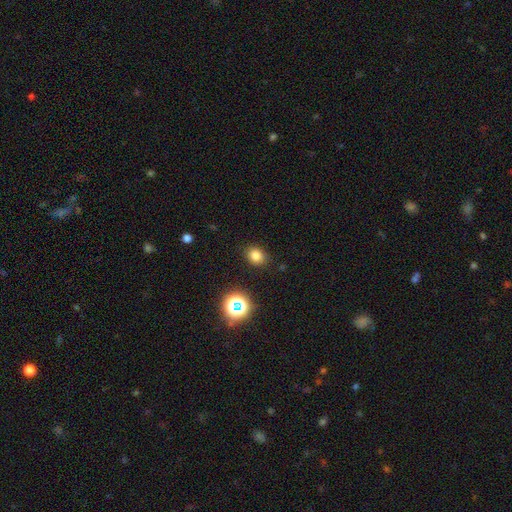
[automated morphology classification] The model was most divided on "how rounded": round: 55%, in between: 44%, cigar-shaped: 1%. More confident: merging — none (88%); smooth or featured — smooth (78%).